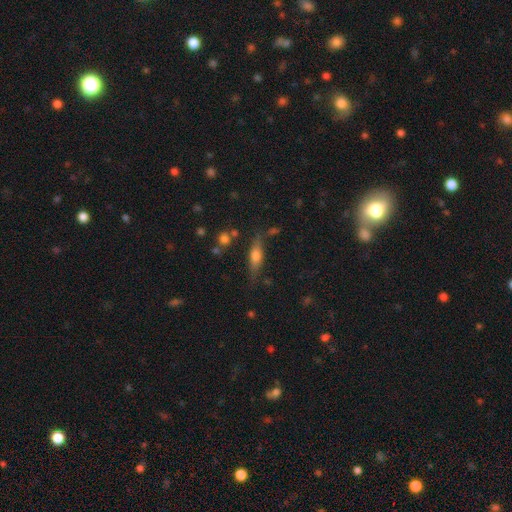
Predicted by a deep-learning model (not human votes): A smooth galaxy with no disk features (50%) that is cigar-shaped (56%). Merging: none (74%).